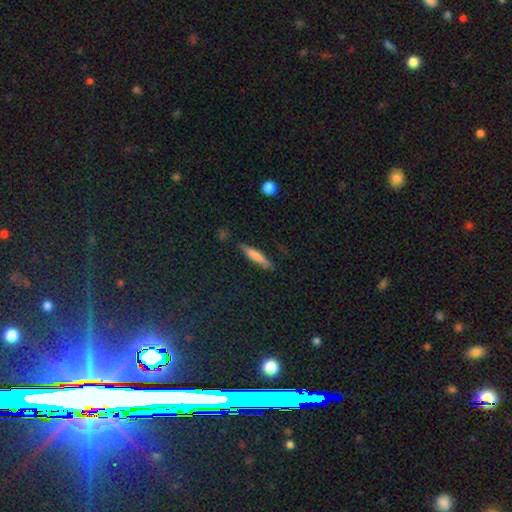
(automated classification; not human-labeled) Smooth or featured? Predicted: smooth (p=0.66). How rounded? Predicted: cigar-shaped (p=0.89). Merging? Predicted: none (p=0.83).